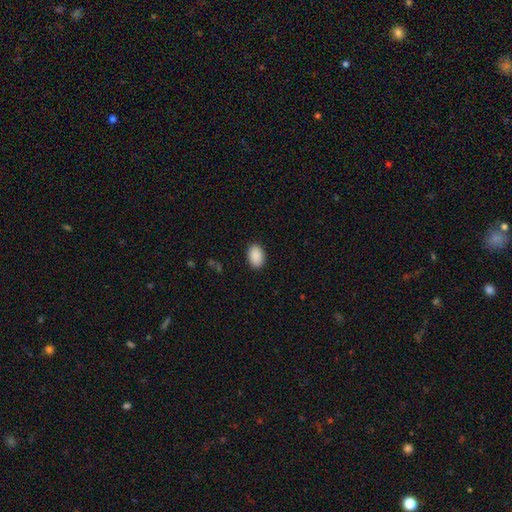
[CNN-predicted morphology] A smooth galaxy with no disk features (91%) that is in between round and cigar-shaped (87%). Merging: none (90%).